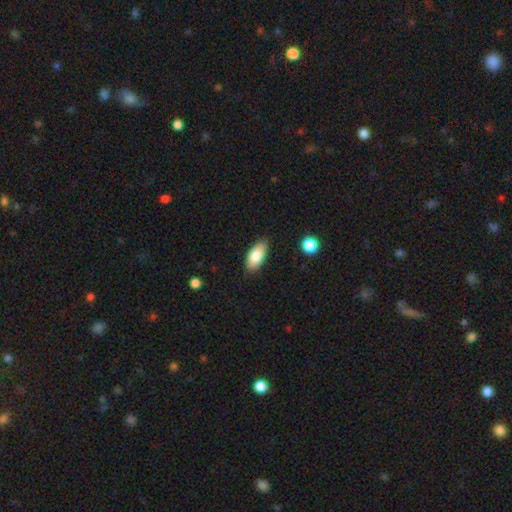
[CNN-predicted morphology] type=smooth (83%); roundness=in between (90%); merging=none (83%).